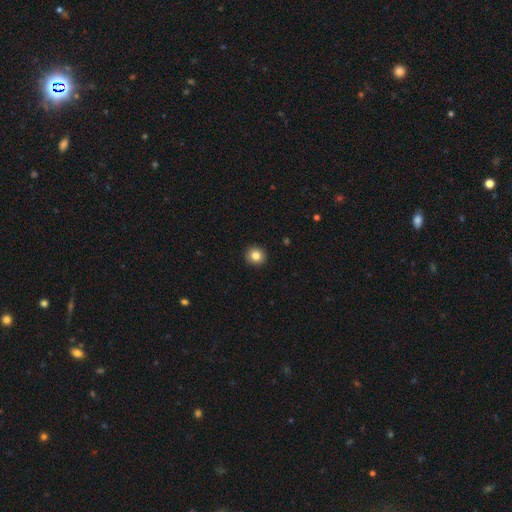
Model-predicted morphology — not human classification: type=smooth (84%); roundness=round (91%); merging=none (92%).